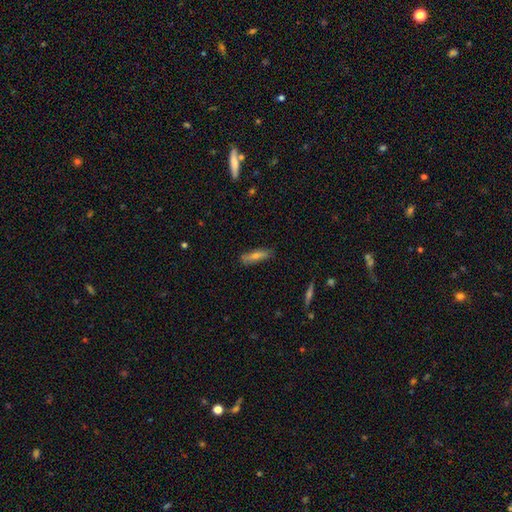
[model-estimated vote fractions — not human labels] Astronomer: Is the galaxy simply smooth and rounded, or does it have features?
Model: smooth — 58%.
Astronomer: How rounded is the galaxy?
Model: cigar-shaped — 72%.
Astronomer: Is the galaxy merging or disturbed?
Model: none — 84%.